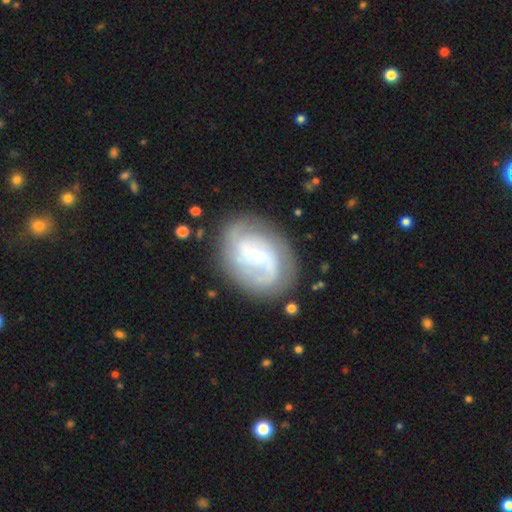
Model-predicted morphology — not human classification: smooth-or-featured: featured or disk: 77% | smooth: 16% | star or artifact: 6%
  disk-edge-on: no: 97% | yes: 3%
    bar: weak: 48% | no: 27% | strong: 25%
    has-spiral-arms: yes: 90% | no: 10%
      spiral-winding: medium: 40% (tied) | tight: 40% (tied) | loose: 20%
      spiral-arm-count: 2: 50% | can't tell: 26% | 3: 12% | 1: 6% | 4: 4% | more than 4: 3%
    bulge-size: small: 71% | moderate: 20% | none: 5% | large: 3% | dominant: 1%
  merging: none: 73% | minor disturbance: 16% | major disturbance: 8% | merger: 2%